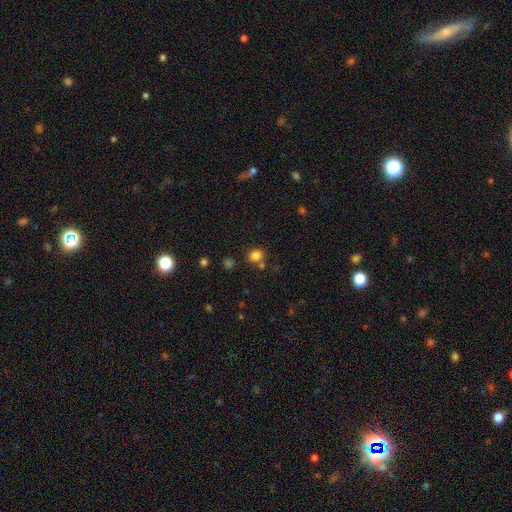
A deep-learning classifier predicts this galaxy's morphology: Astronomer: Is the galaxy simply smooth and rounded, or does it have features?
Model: smooth — 82%.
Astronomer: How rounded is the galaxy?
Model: round — 75%.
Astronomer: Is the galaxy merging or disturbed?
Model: none — 76%.